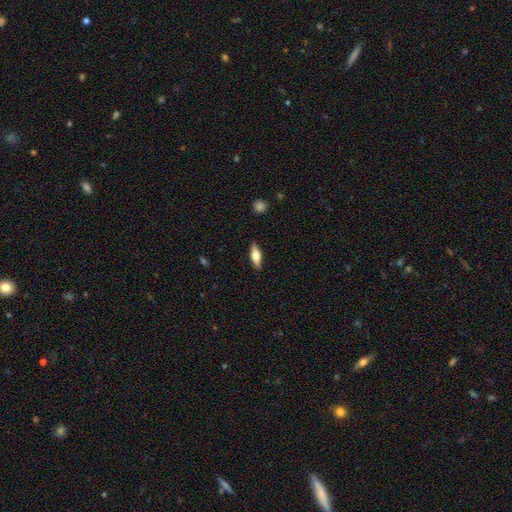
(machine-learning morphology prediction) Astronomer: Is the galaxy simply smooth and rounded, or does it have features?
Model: smooth — 55% (runner-up: featured or disk, 38%).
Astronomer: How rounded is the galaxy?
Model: in between — 57% (runner-up: cigar-shaped, 40%).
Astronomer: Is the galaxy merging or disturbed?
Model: none — 88%.